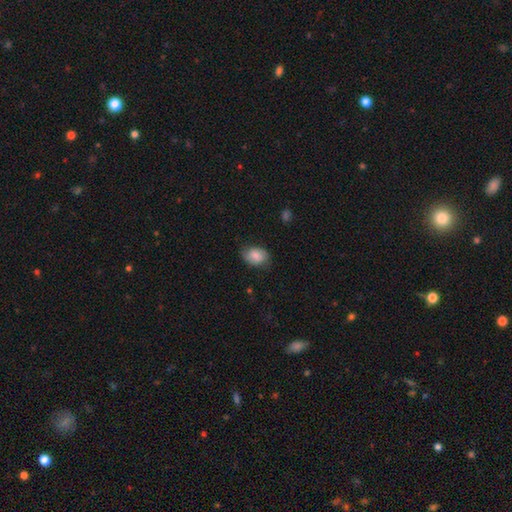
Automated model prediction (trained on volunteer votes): This appears to be a smooth galaxy with no disk features (80%) that is in between round and cigar-shaped (79%). Merging: none (73%).